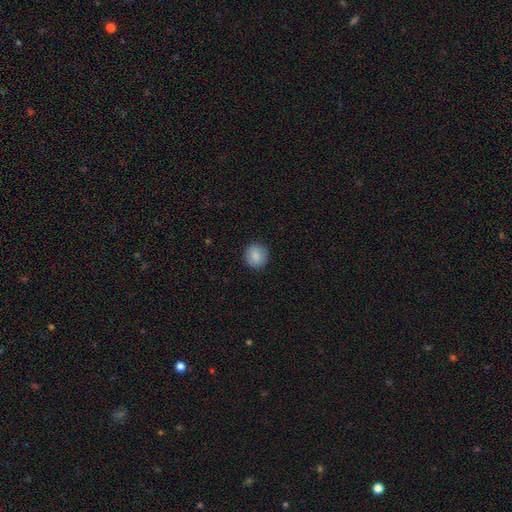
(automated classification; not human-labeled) Smooth or featured? smooth (86%)
How rounded? round (89%)
Merging? none (91%)